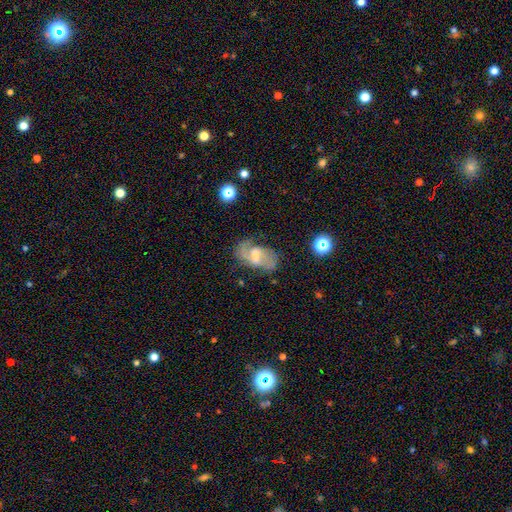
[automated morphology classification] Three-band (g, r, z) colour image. It shows a featured or disk galaxy (71%) with a weak bar (54%), 2 (77%) medium (46%) spiral arms (85%) and a small central bulge (43%). Merging: none (59%).